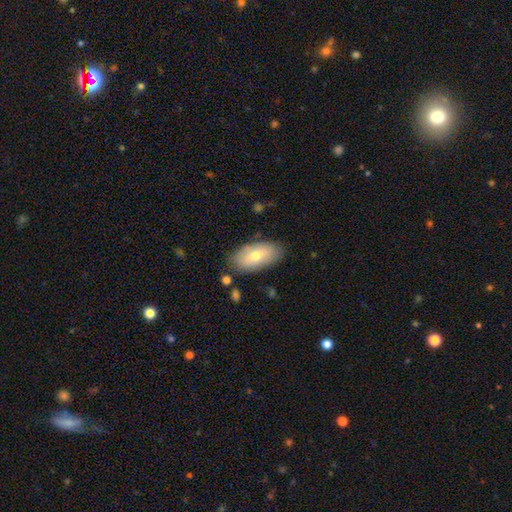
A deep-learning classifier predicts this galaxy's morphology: Smooth or featured?
  - smooth: 71% *
  - featured or disk: 22%
  - star or artifact: 7%
How rounded?
  - in between: 93% *
  - cigar-shaped: 4%
  - round: 3%
Merging?
  - none: 81% *
  - minor disturbance: 13%
  - major disturbance: 3%
  - merger: 2%